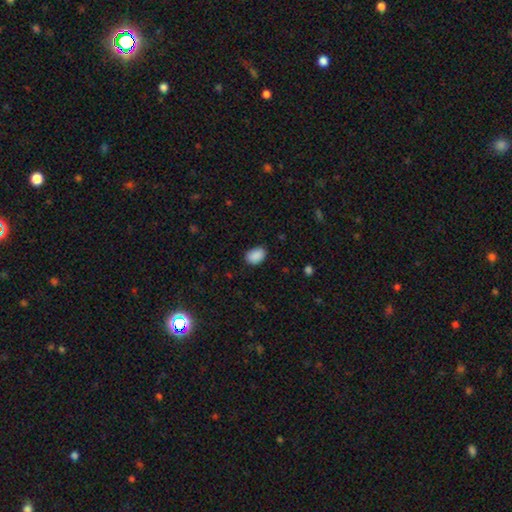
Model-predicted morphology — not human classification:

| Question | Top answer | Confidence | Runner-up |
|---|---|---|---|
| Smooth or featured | smooth | 90% | star or artifact (7%) |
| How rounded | in between | 84% | round (15%) |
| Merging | none | 85% | minor disturbance (12%) |